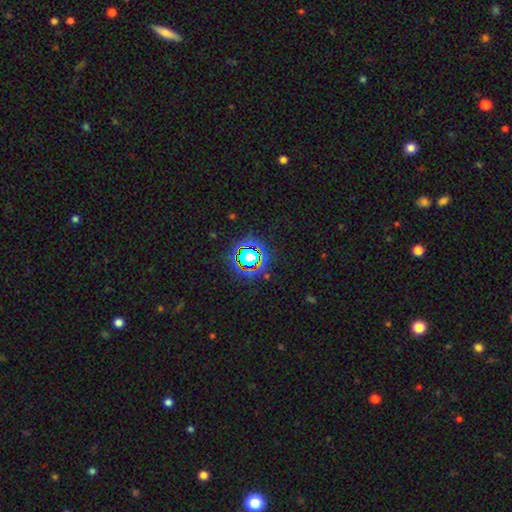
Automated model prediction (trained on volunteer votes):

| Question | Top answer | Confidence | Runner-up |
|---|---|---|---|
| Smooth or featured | star or artifact | 63% | smooth (24%) |